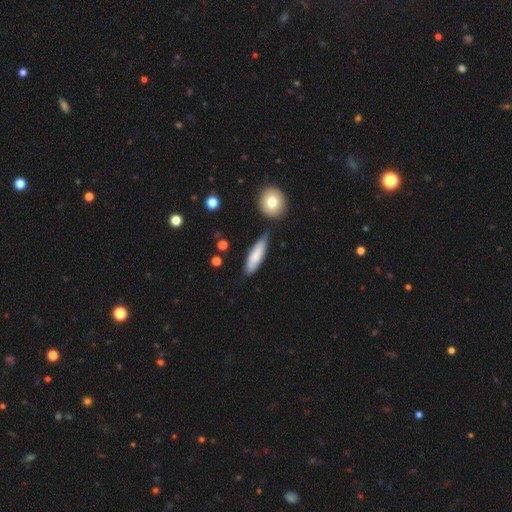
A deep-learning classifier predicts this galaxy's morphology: Smooth or featured? Predicted: smooth (p=0.75). How rounded? Predicted: cigar-shaped (p=0.64). Merging? Predicted: none (p=0.68).